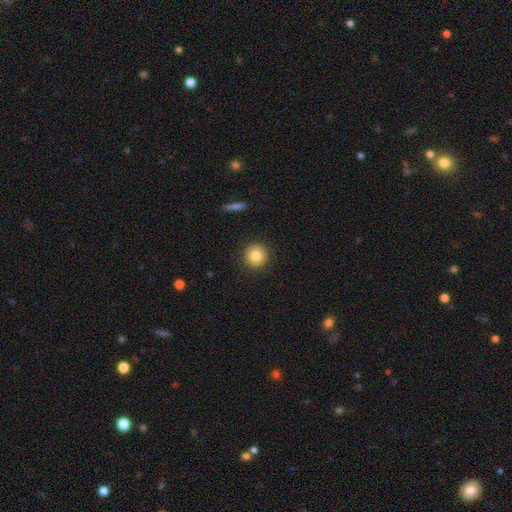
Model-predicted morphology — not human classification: smooth-or-featured: smooth: 83% | star or artifact: 9% | featured or disk: 8%
  how-rounded: round: 94% | in between: 5% | cigar-shaped: 1%
  merging: none: 91% | minor disturbance: 6% | major disturbance: 2% | merger: 1%